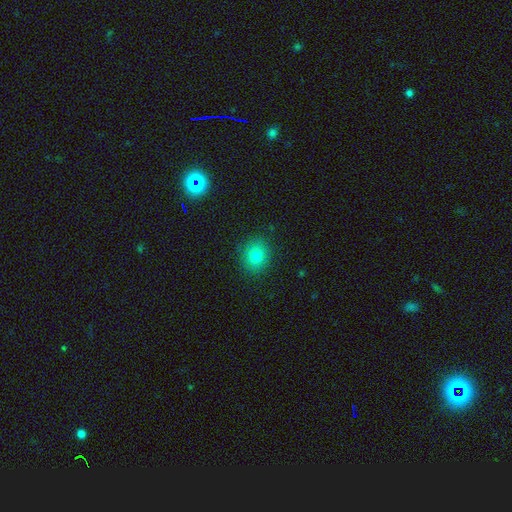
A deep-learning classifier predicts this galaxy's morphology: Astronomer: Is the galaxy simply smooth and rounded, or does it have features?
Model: smooth — 80%.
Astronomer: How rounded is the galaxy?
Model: round — 74%.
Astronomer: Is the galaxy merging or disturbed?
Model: none — 89%.